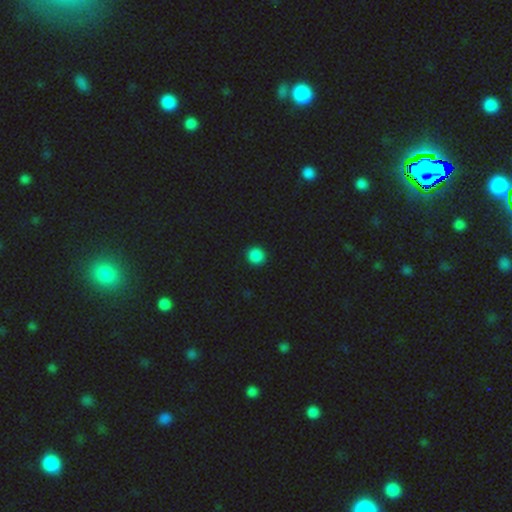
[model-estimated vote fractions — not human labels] Overall: smooth (86%). How rounded: round (91%). Merging: none (93%).